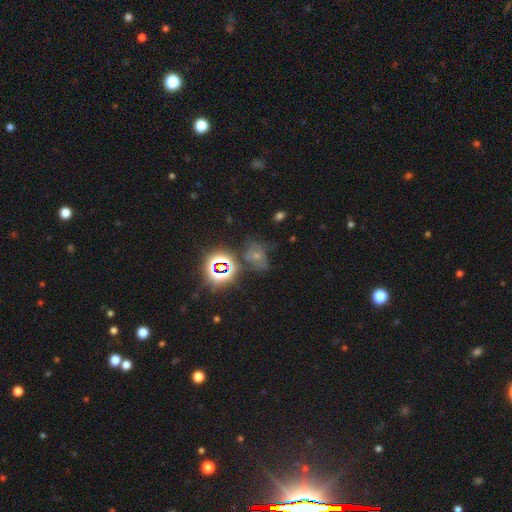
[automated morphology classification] A smooth galaxy with no disk features (41%).

Vote fractions:
- Smooth or featured? smooth: 41% / star or artifact: 40% / featured or disk: 19%
- Merging? none: 49% / minor disturbance: 24% / major disturbance: 16% / merger: 11%